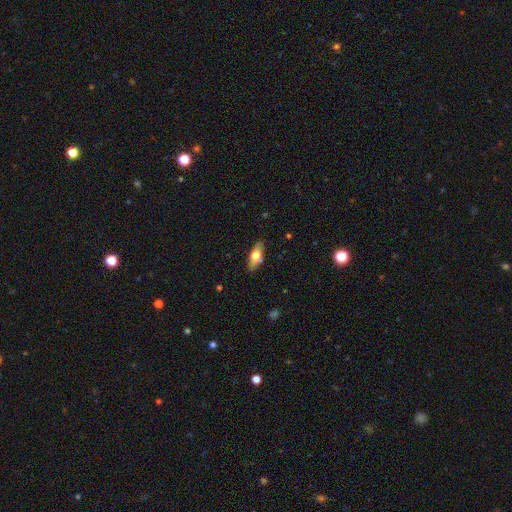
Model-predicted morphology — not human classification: Q: Smooth or featured?
A: smooth (59%); runner-up: featured or disk (34%)
Q: How rounded?
A: in between (71%); runner-up: cigar-shaped (25%)
Q: Merging?
A: none (82%); runner-up: minor disturbance (13%)